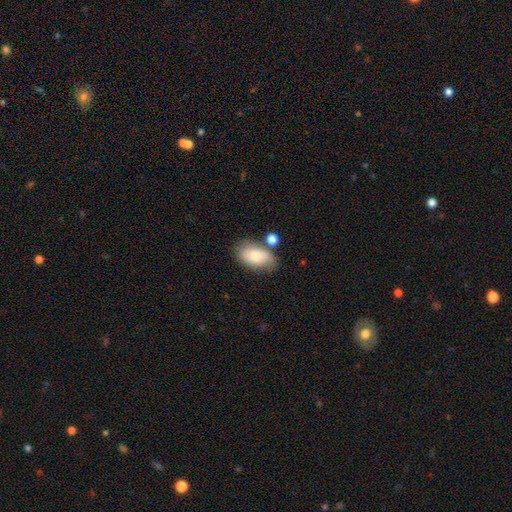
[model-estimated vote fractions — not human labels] A smooth galaxy with no disk features (75%) that is in between round and cigar-shaped (92%). Merging: none (59%).